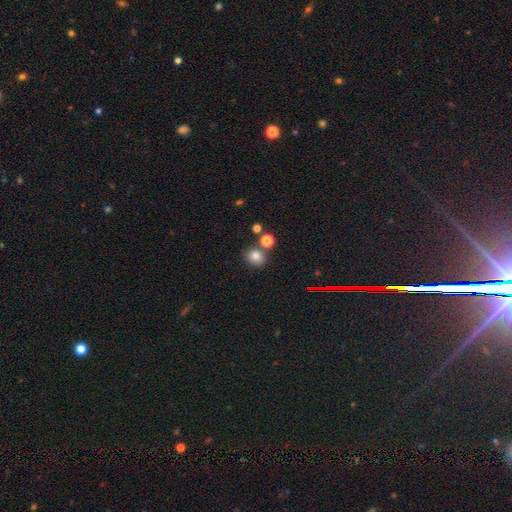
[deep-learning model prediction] This is likely a smooth galaxy (79%). How rounded: likely round (79%). Merging: likely none (73%).